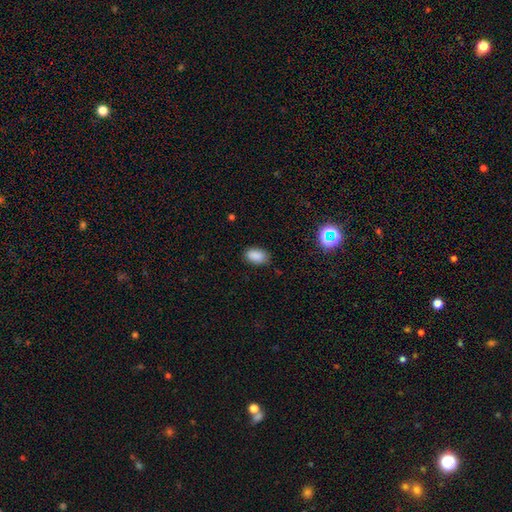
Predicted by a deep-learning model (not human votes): smooth_or_featured: smooth (p=0.87) [alt: star or artifact p=0.09]
how_rounded: in between (p=0.91) [alt: round p=0.07]
merging: none (p=0.82) [alt: minor disturbance p=0.14]